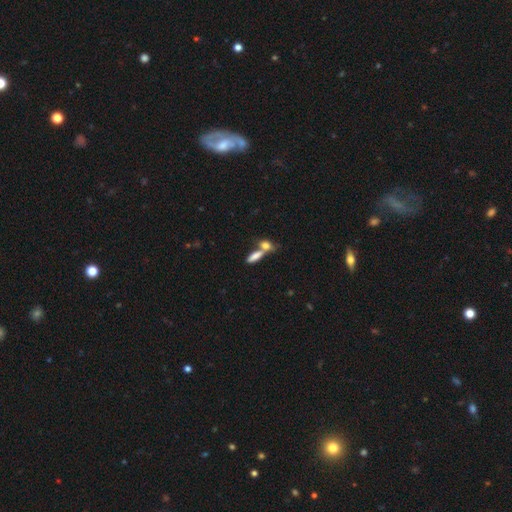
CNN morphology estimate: smooth_or_featured: smooth (p=0.76) [alt: featured or disk p=0.15]
how_rounded: in between (p=0.59) [alt: cigar-shaped p=0.36]
merging: merger (p=0.52) [alt: none p=0.36]